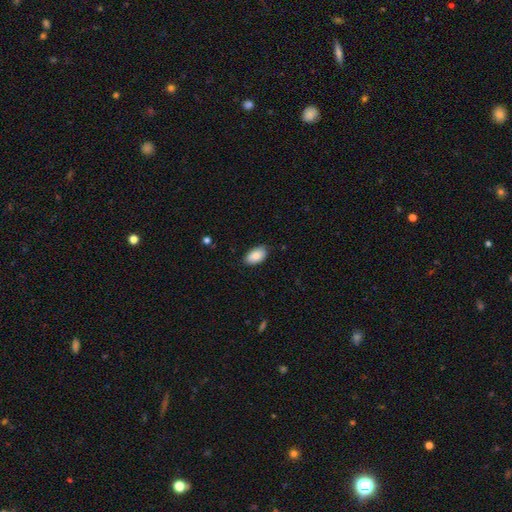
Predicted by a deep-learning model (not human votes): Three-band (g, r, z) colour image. It shows a smooth galaxy with no disk features (84%) that is in between round and cigar-shaped (93%). Merging: none (84%).